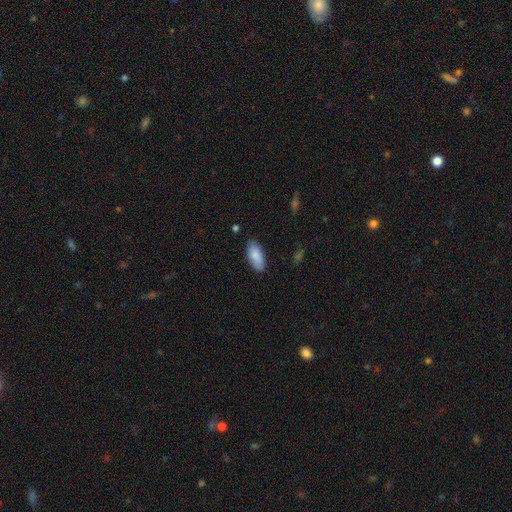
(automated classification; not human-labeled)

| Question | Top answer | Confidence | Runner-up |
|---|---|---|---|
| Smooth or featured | smooth | 85% | featured or disk (9%) |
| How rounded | in between | 91% | cigar-shaped (7%) |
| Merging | none | 81% | minor disturbance (15%) |